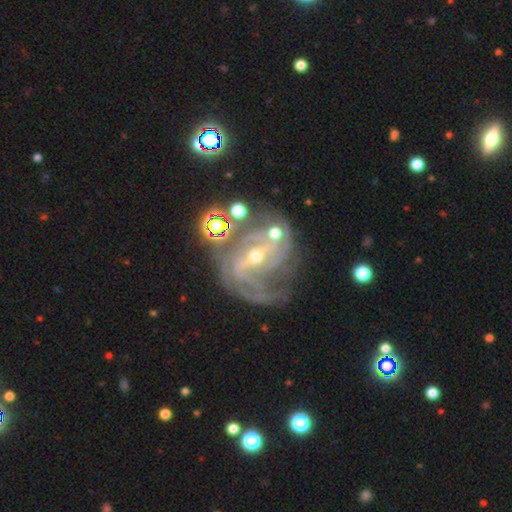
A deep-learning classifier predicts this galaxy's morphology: smooth-or-featured: featured or disk: 87% | star or artifact: 9% | smooth: 4%
  disk-edge-on: no: 97% | yes: 3%
    bar: strong: 50% | weak: 35% | no: 15%
    has-spiral-arms: yes: 96% | no: 4%
      spiral-winding: medium: 44% | tight: 43% | loose: 13%
      spiral-arm-count: 2: 37% | 3: 22% | can't tell: 21% | 4: 9% | more than 4: 6% | 1: 6%
    bulge-size: small: 60% | moderate: 36% | large: 1% | none: 1% | dominant: 1%
  merging: none: 55% | minor disturbance: 20% | major disturbance: 17% | merger: 8%